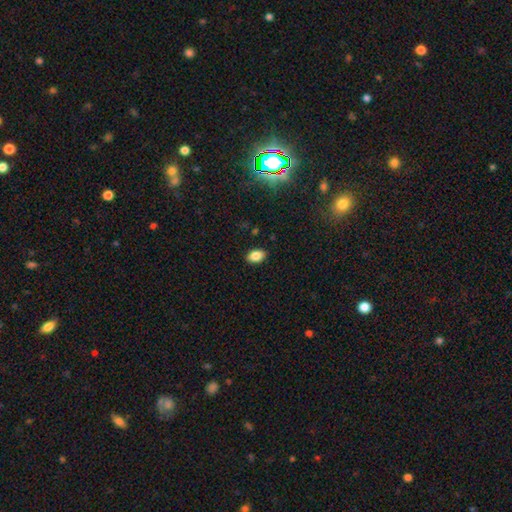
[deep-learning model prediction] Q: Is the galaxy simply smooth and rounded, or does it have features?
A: smooth — 85%.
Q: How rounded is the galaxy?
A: in between — 87%.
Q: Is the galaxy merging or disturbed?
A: none — 87%.